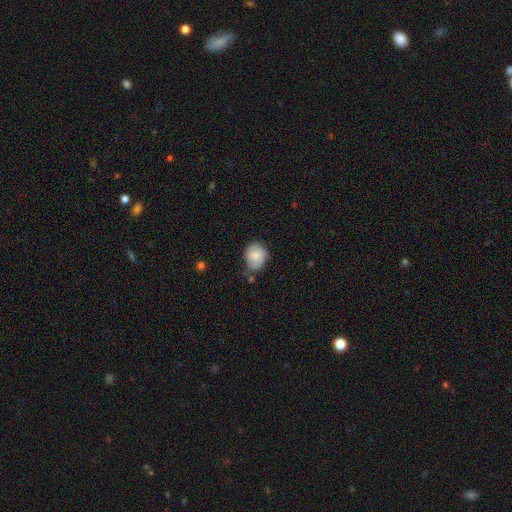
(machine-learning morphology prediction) Smooth or featured? Predicted: smooth (p=0.73). How rounded? Predicted: round (p=0.57). Merging? Predicted: none (p=0.57).